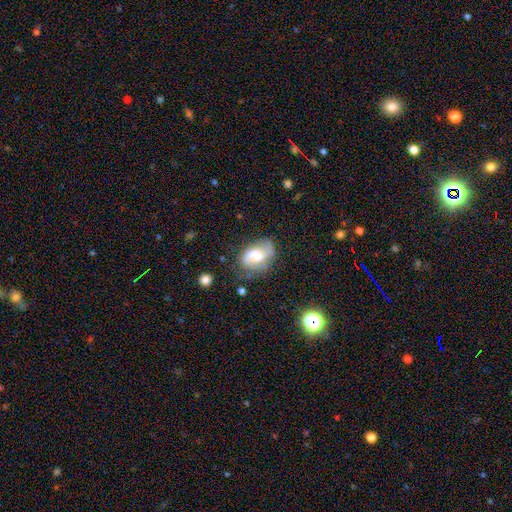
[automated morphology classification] This is possibly a featured or disk galaxy (56%). It is clearly not viewed edge-on (97%). Bar: marginally weak (44%). Spiral arm pattern: clearly yes (80%). Central bulge: marginally moderate (35%). Merging: possibly none (50%).